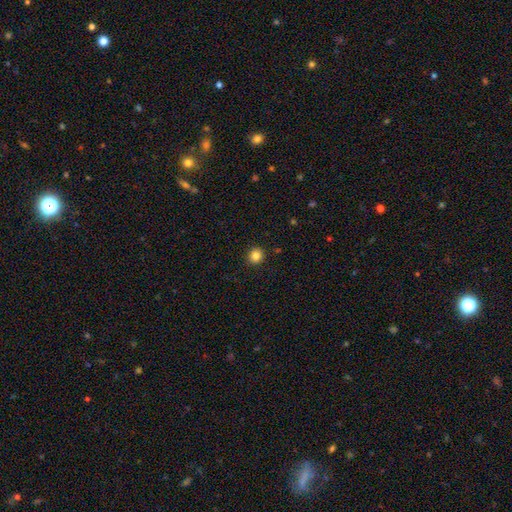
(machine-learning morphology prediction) Smooth or featured? Predicted: smooth (p=0.84). How rounded? Predicted: round (p=0.86). Merging? Predicted: none (p=0.92).